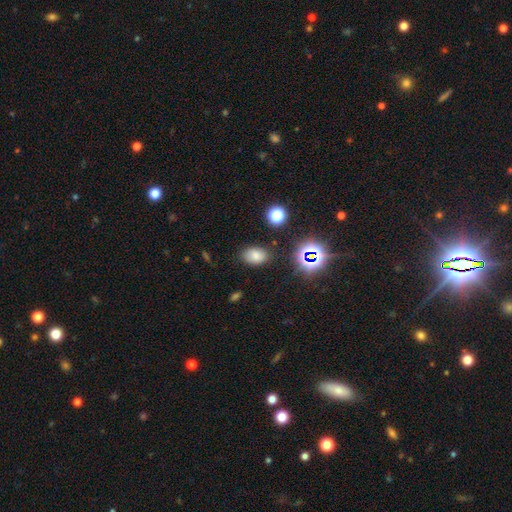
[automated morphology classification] A smooth galaxy with no disk features (73%) that is in between round and cigar-shaped (82%).

Vote fractions:
- Smooth or featured? smooth: 73% / star or artifact: 18% / featured or disk: 9%
- How rounded? in between: 82% / round: 17% / cigar-shaped: 1%
- Merging? none: 82% / minor disturbance: 12% / major disturbance: 4% / merger: 2%